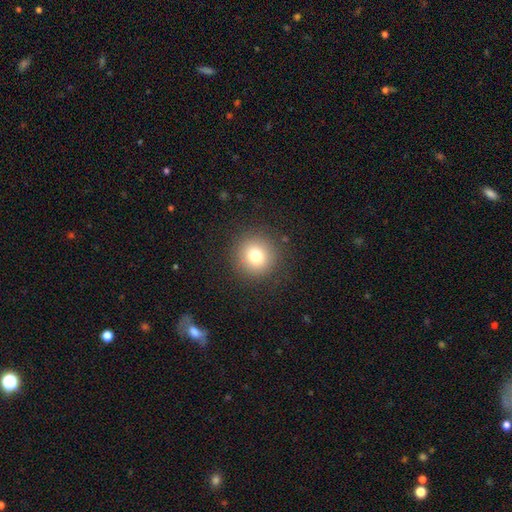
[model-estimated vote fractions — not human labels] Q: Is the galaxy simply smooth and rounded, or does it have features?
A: smooth — 75%.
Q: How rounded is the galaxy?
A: round — 94%.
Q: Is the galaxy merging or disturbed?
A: none — 90%.